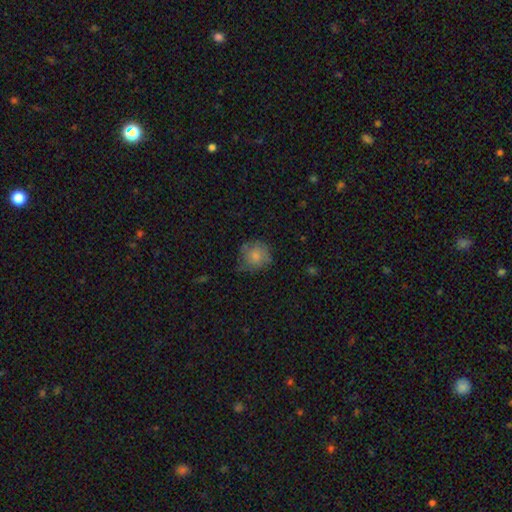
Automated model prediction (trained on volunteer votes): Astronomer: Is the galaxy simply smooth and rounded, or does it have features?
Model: smooth — 75%.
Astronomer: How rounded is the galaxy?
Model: round — 84%.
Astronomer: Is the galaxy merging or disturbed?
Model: none — 59%.